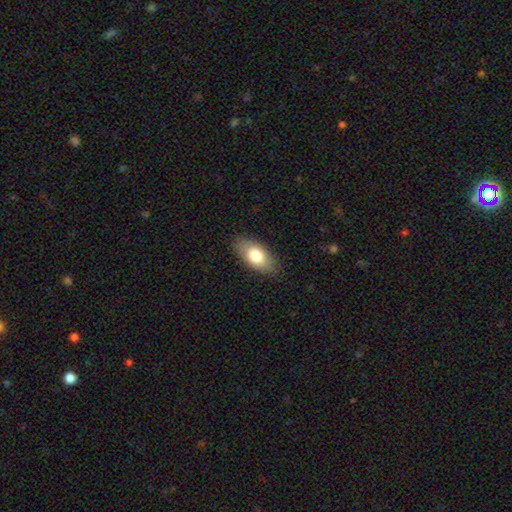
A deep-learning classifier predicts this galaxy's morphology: This appears to be a smooth galaxy with no disk features (78%) that is in between round and cigar-shaped (91%). Merging: none (84%).